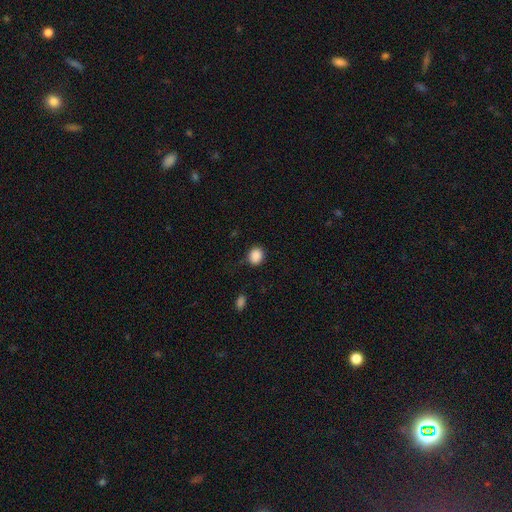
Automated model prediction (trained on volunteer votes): The model was most divided on "how rounded": round: 68%, in between: 31%, cigar-shaped: 1%. More confident: smooth or featured — smooth (88%); merging — none (78%).